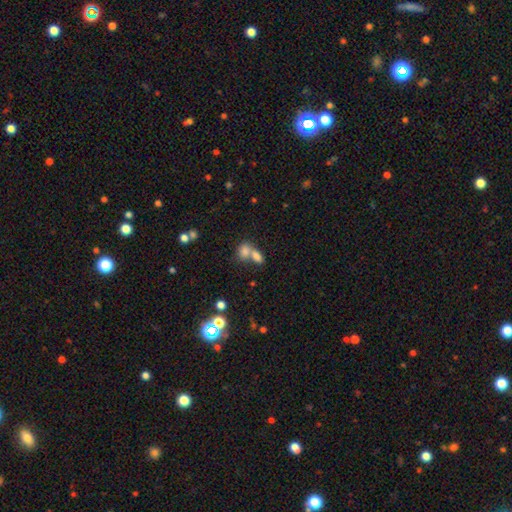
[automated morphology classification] type=smooth (78%); roundness=in between (80%); merging=merger (61%).